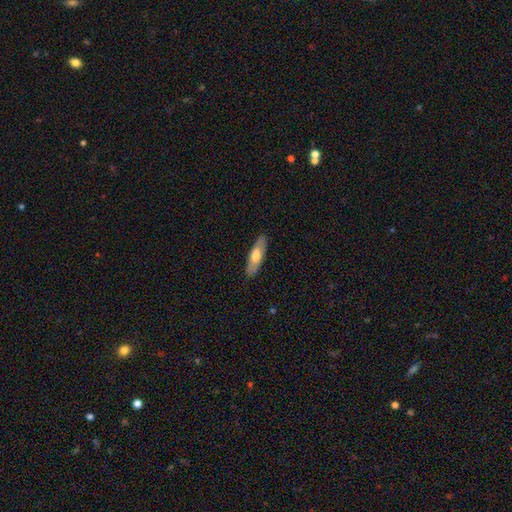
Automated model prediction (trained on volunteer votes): Overall: smooth (65%; featured or disk 30%). How rounded: cigar-shaped (51%; in between 47%). Merging: none (87%).